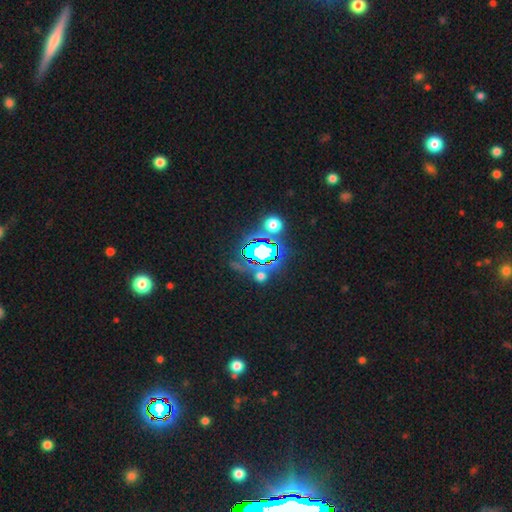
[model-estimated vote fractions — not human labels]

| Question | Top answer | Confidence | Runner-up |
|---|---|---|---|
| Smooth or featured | star or artifact | 83% | smooth (10%) |